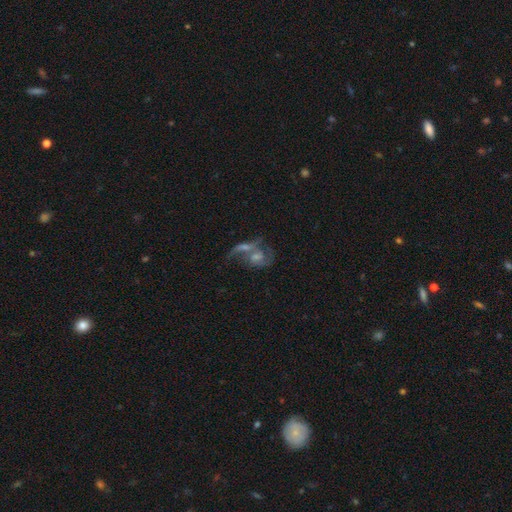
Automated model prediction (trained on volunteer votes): Smooth or featured? Predicted: featured or disk (p=0.63). Edge-on disk? Predicted: no (p=0.95). Bar? Predicted: no (p=0.64). Spiral arms? Predicted: yes (p=0.73). Bulge size? Predicted: moderate (p=0.37). Merging? Predicted: merger (p=0.56).